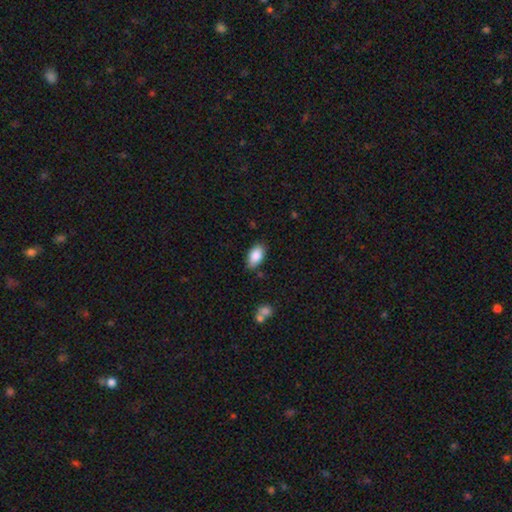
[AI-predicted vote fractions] Smooth or featured? smooth (87%)
How rounded? in between (93%)
Merging? none (81%)